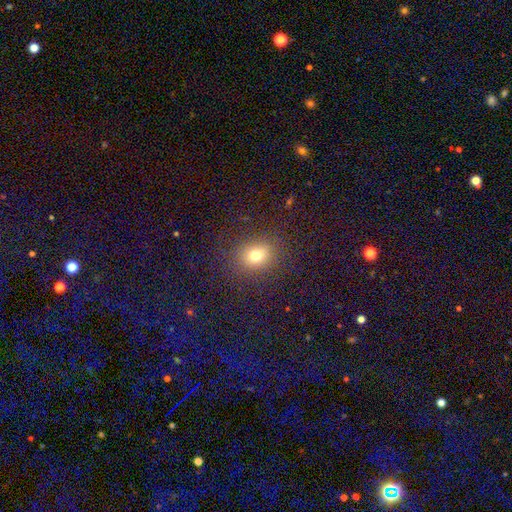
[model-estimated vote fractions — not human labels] The model was most divided on "how rounded": round: 58%, in between: 41%, cigar-shaped: 1%. More confident: merging — none (85%); smooth or featured — smooth (75%).